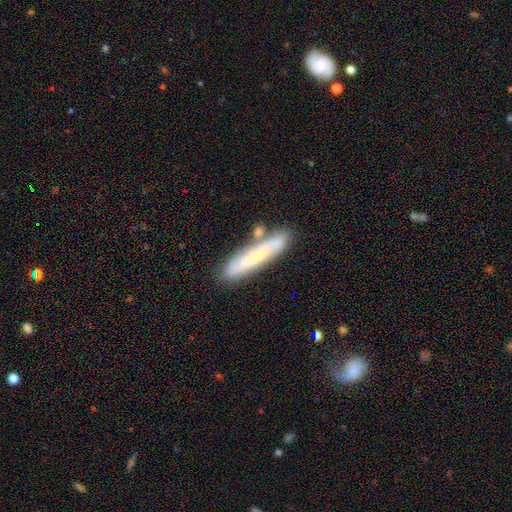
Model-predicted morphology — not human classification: This appears to be a smooth galaxy with no disk features (52%) that is cigar-shaped (89%). Merging: none (72%).